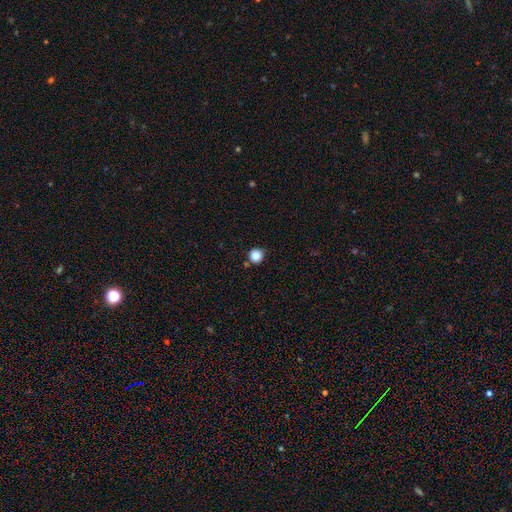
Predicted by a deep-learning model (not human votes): This is clearly a smooth galaxy (86%). How rounded: clearly round (94%). Merging: clearly none (86%).